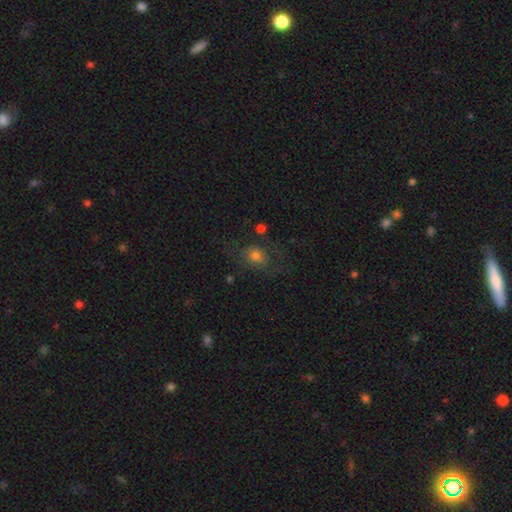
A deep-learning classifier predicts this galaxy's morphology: Smooth or featured: smooth — 65% (featured or disk — 21%)
How rounded: round — 64% (in between — 35%)
Merging: none — 55% (major disturbance — 22%)